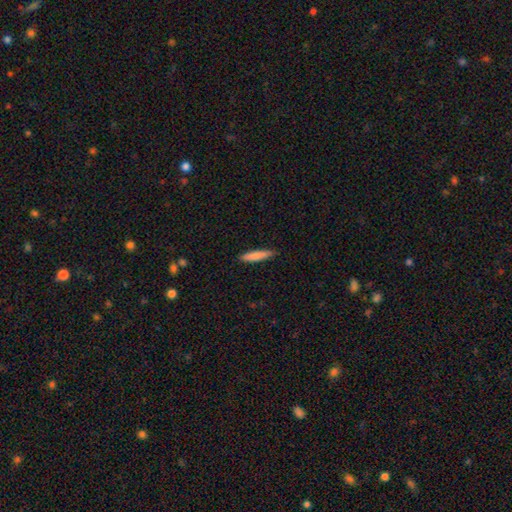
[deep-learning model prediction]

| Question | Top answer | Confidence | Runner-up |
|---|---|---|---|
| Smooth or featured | smooth | 82% | featured or disk (12%) |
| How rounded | cigar-shaped | 85% | in between (13%) |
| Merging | none | 87% | minor disturbance (11%) |